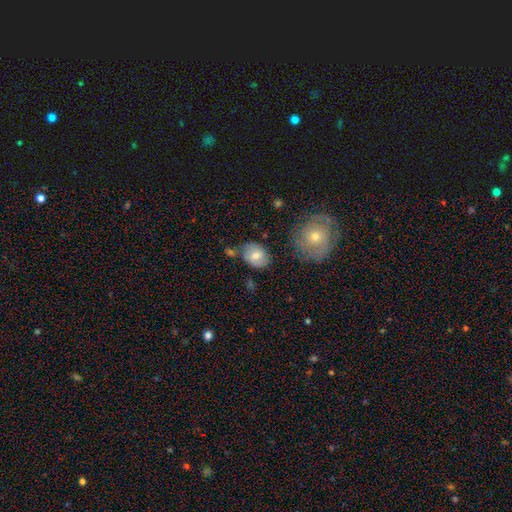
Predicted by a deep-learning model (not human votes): Q: Smooth or featured?
A: smooth (60%); runner-up: featured or disk (32%)
Q: How rounded?
A: in between (60%); runner-up: round (39%)
Q: Merging?
A: none (65%); runner-up: minor disturbance (20%)